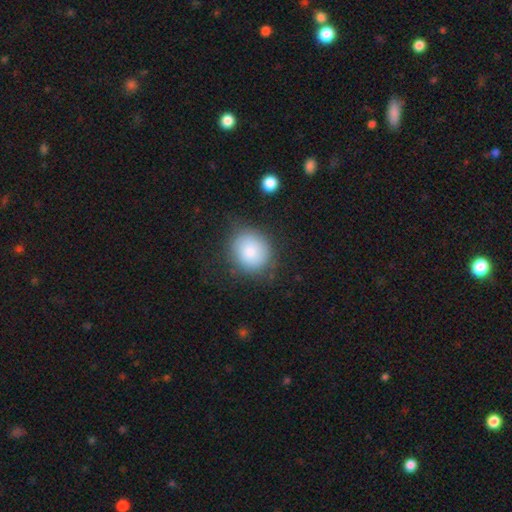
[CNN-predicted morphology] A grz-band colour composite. It shows a smooth galaxy with no disk features (83%) that is round (83%). Merging: none (75%).